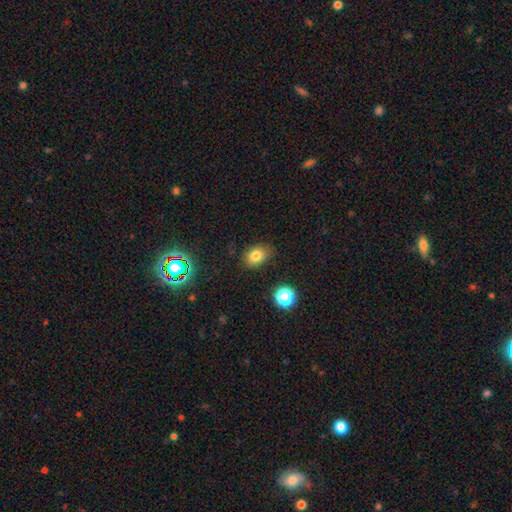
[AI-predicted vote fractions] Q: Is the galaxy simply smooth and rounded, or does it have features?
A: smooth — 79%.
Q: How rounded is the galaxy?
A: in between — 64%.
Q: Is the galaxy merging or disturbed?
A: none — 81%.